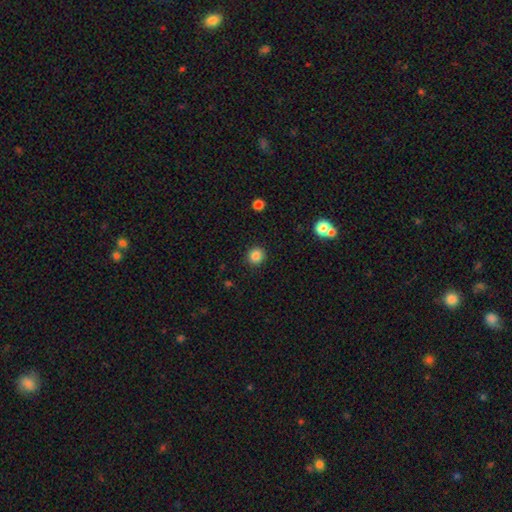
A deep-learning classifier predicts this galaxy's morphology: The model was most divided on "smooth or featured": smooth: 85%, star or artifact: 10%, featured or disk: 4%. More confident: merging — none (91%); how rounded — round (91%).